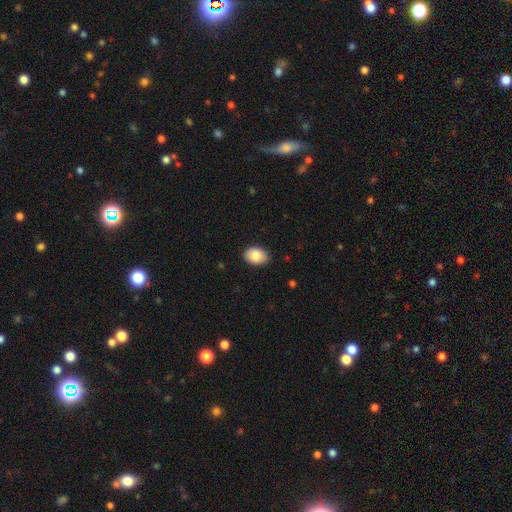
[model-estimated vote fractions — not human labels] Q: Smooth or featured?
A: smooth (83%); runner-up: featured or disk (10%)
Q: How rounded?
A: in between (79%); runner-up: round (20%)
Q: Merging?
A: none (86%); runner-up: minor disturbance (11%)